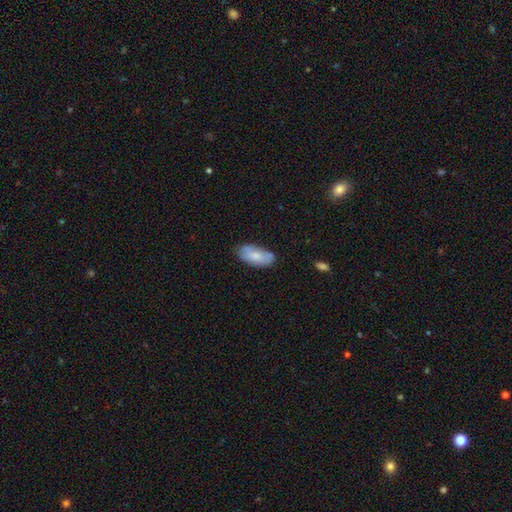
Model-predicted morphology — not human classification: Smooth or featured? smooth (70%)
How rounded? in between (91%)
Merging? none (64%)